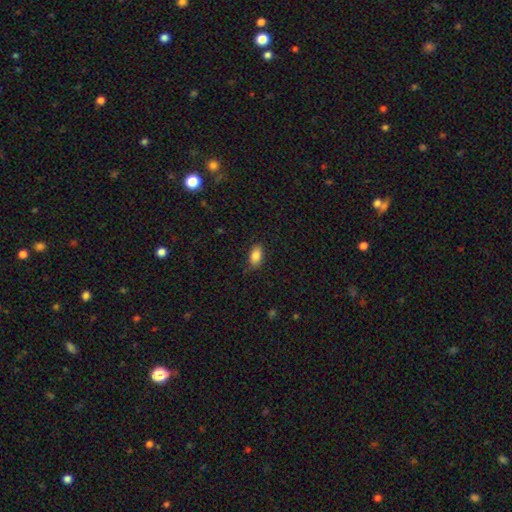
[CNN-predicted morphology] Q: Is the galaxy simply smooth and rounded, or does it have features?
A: smooth — 86%.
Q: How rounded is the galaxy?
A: in between — 91%.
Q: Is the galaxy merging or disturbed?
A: none — 85%.